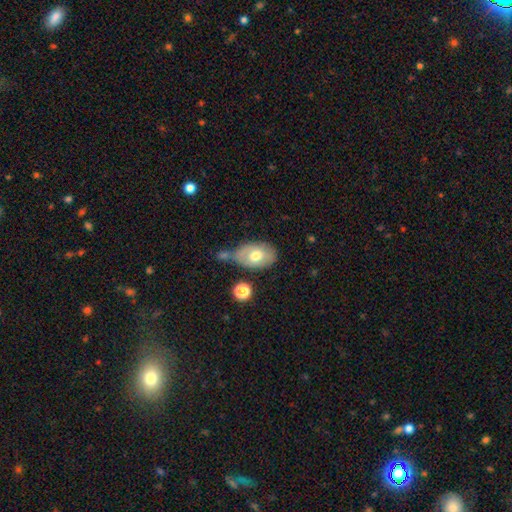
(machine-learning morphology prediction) This appears to be a smooth galaxy with no disk features (66%) that is in between round and cigar-shaped (86%). Merging: none (44%).